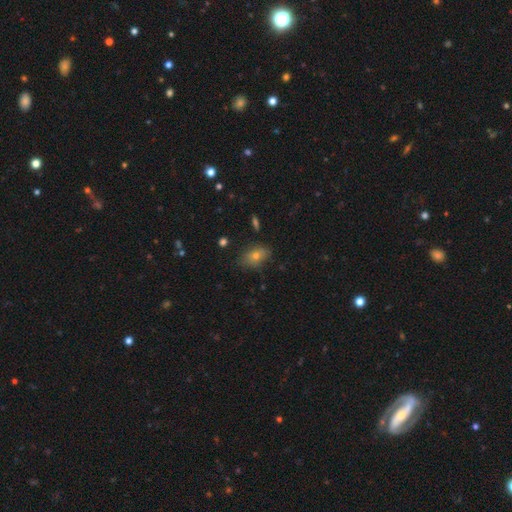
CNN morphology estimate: Q: Smooth or featured?
A: smooth (68%); runner-up: featured or disk (17%)
Q: How rounded?
A: in between (78%); runner-up: round (19%)
Q: Merging?
A: none (77%); runner-up: minor disturbance (17%)